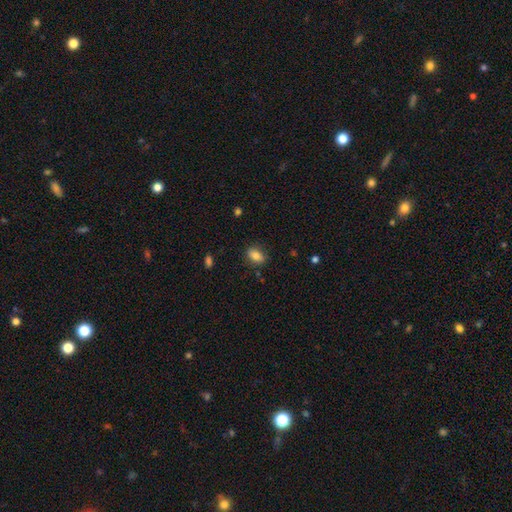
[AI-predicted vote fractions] The model was most divided on "merging": none: 82%, minor disturbance: 13%, major disturbance: 3%, merger: 2%. More confident: how rounded — in between (84%); smooth or featured — smooth (82%).